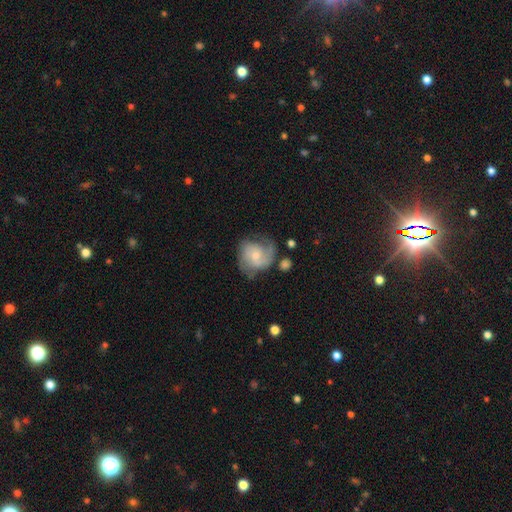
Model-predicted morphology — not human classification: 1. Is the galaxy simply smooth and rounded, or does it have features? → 73% featured or disk, 21% smooth, 6% star or artifact.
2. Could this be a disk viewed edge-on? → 98% no, 2% yes.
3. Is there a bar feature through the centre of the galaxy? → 64% no, 32% weak, 4% strong.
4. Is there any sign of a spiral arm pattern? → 92% yes, 8% no.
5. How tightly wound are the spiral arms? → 46% medium, 33% tight, 21% loose.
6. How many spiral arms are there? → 59% 2, 15% can't tell, 11% 3, 10% 1, 2% 4, 2% more than 4.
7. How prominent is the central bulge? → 50% small, 41% moderate, 5% none, 3% large, 1% dominant.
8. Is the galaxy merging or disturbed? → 57% none, 25% minor disturbance, 15% major disturbance, 4% merger.